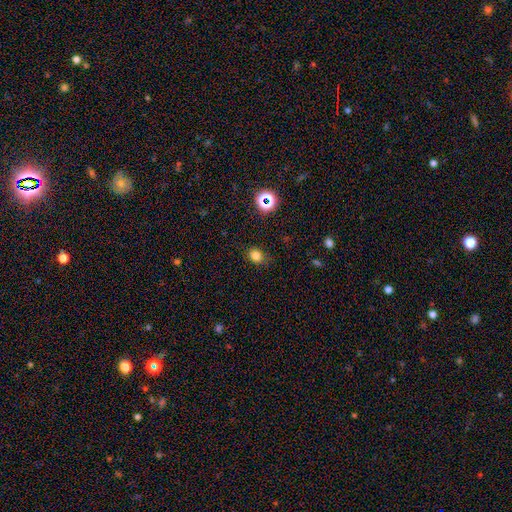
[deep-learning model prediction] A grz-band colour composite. It shows a smooth galaxy with no disk features (78%) that is round (53%). Merging: none (77%).